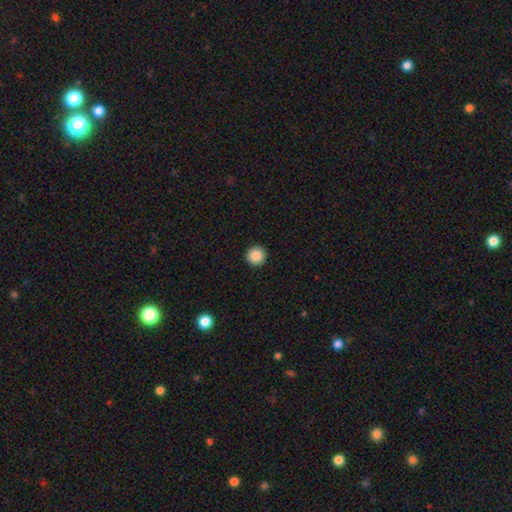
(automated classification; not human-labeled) smooth_or_featured: smooth (p=0.88) [alt: star or artifact p=0.09]
how_rounded: round (p=0.97) [alt: in between p=0.03]
merging: none (p=0.93) [alt: minor disturbance p=0.04]